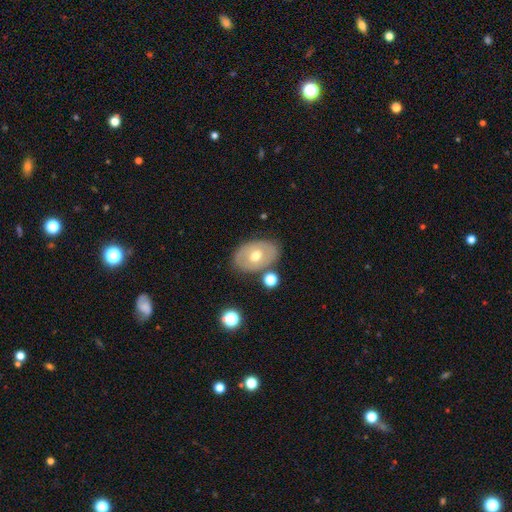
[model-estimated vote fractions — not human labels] A smooth galaxy with no disk features (48%).

Vote fractions:
- Smooth or featured? smooth: 48% / featured or disk: 45% / star or artifact: 7%
- Merging? none: 78% / minor disturbance: 13% / merger: 6% / major disturbance: 4%